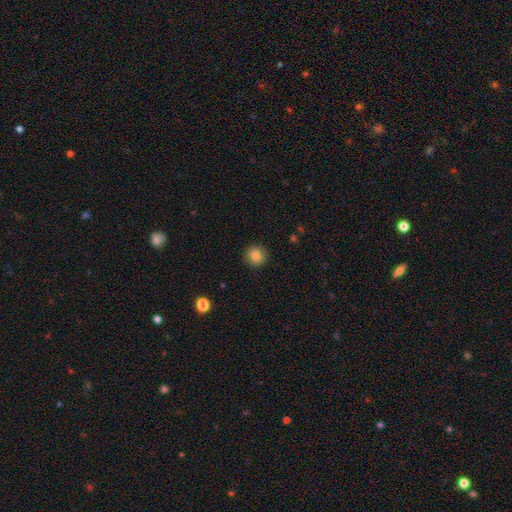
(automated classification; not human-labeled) A smooth galaxy with no disk features (84%) that is round (95%). Merging: none (92%).